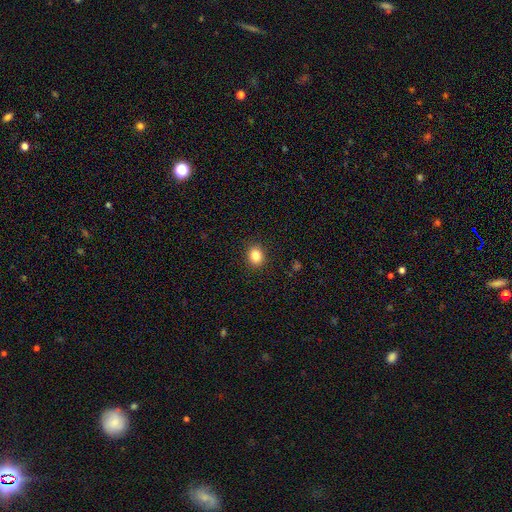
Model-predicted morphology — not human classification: The model was most divided on "how rounded": round: 67%, in between: 32%, cigar-shaped: 1%. More confident: merging — none (90%); smooth or featured — smooth (84%).